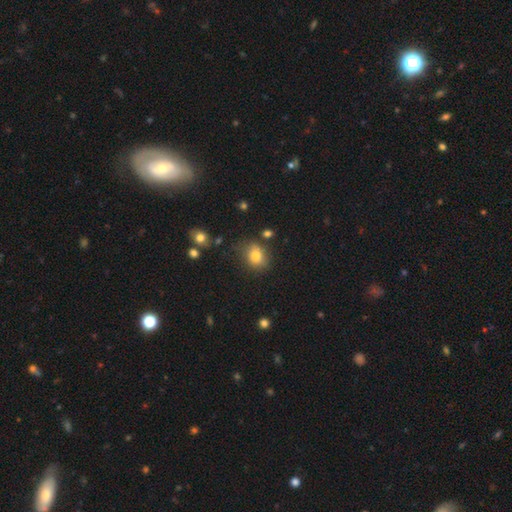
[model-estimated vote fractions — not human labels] A smooth galaxy with no disk features (79%) that is round (52%).

Vote fractions:
- Smooth or featured? smooth: 79% / star or artifact: 11% / featured or disk: 9%
- How rounded? round: 52% / in between: 47% / cigar-shaped: 1%
- Merging? none: 70% / minor disturbance: 20% / major disturbance: 5% / merger: 5%